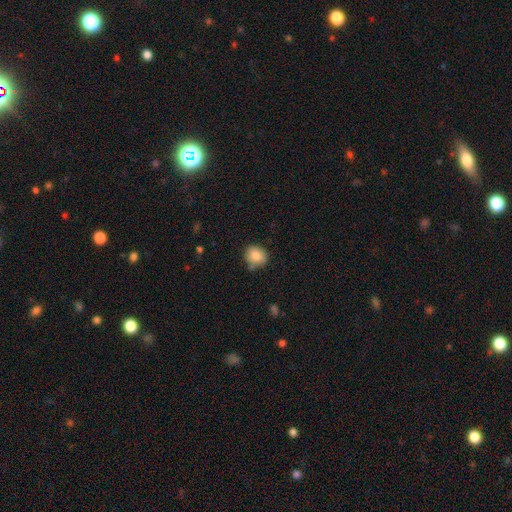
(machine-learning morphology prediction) Overall: smooth (86%). How rounded: round (78%). Merging: none (76%).